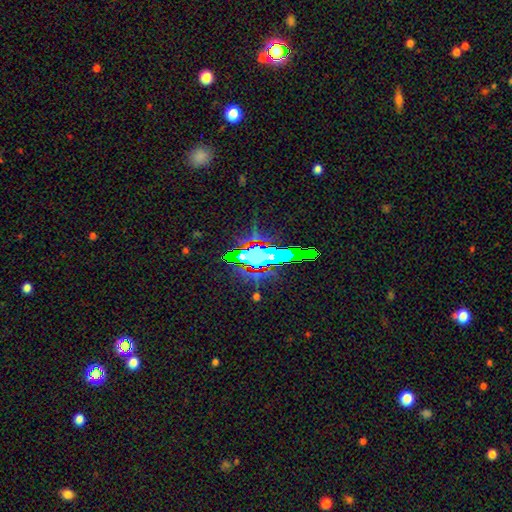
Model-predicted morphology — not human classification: Smooth or featured? Predicted: star or artifact (p=0.55).